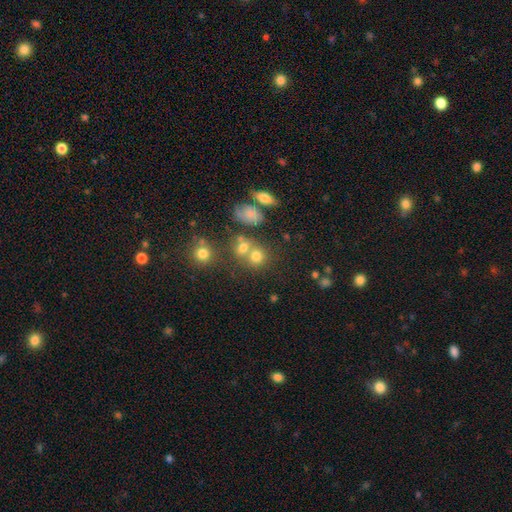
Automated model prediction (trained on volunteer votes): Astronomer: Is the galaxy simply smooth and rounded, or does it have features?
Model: smooth — 64%.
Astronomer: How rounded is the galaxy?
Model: round — 76%.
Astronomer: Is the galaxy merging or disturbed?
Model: none — 51% (runner-up: merger, 33%).